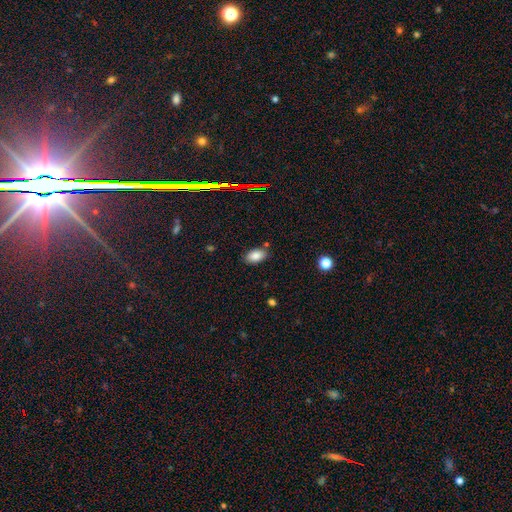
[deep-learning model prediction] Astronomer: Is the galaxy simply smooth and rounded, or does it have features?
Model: smooth — 84%.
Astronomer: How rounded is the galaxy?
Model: in between — 92%.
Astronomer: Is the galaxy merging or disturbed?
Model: none — 82%.